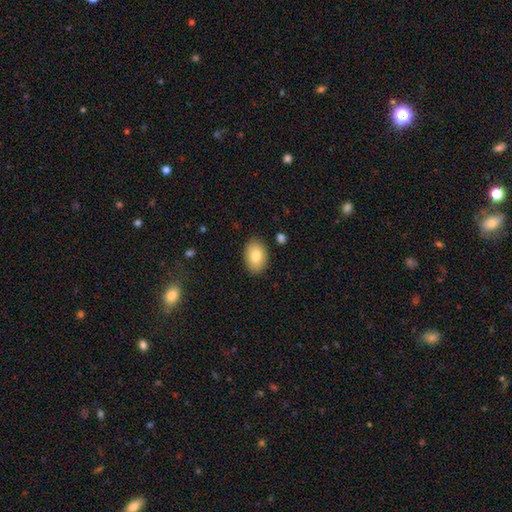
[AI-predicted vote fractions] Morphology: type=smooth (81%); roundness=in between (83%); merging=none (87%).